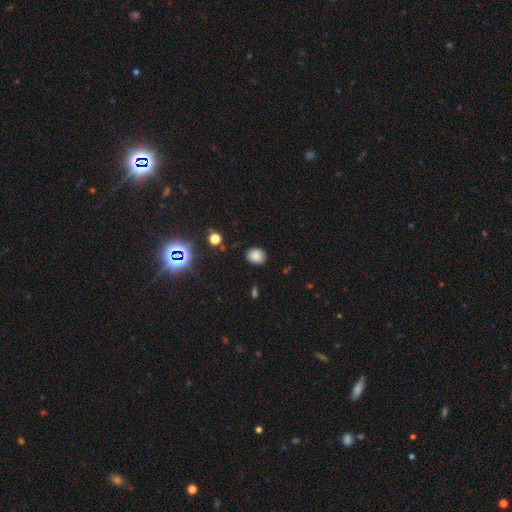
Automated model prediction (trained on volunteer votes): smooth-or-featured: smooth: 82% | star or artifact: 13% | featured or disk: 5%
  how-rounded: round: 69% | in between: 30% | cigar-shaped: 1%
  merging: none: 86% | minor disturbance: 10% | major disturbance: 2% | merger: 1%